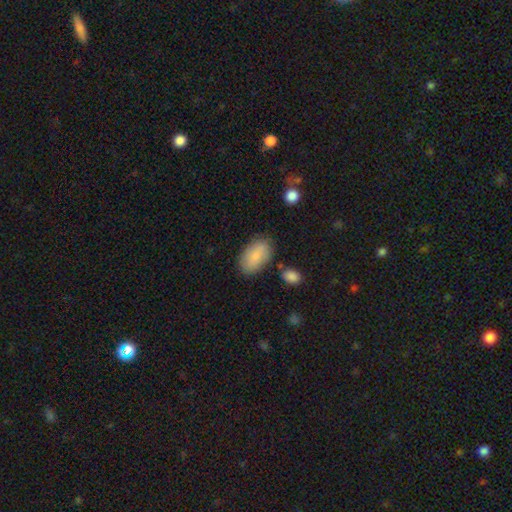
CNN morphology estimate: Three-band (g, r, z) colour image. It shows a smooth galaxy with no disk features (82%) that is in between round and cigar-shaped (93%). Merging: none (77%).